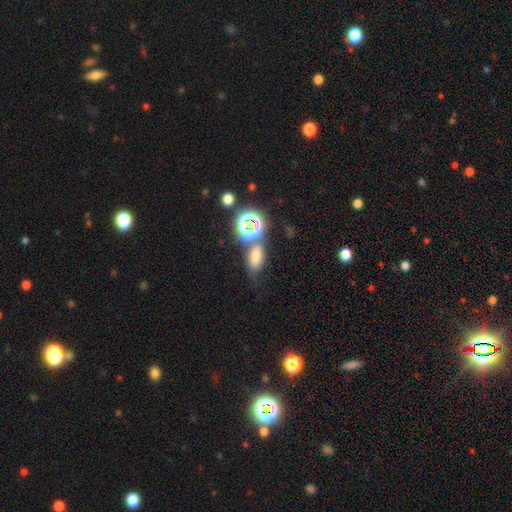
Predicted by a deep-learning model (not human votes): Smooth or featured? Predicted: smooth (p=0.63). How rounded? Predicted: in between (p=0.74). Merging? Predicted: none (p=0.58).